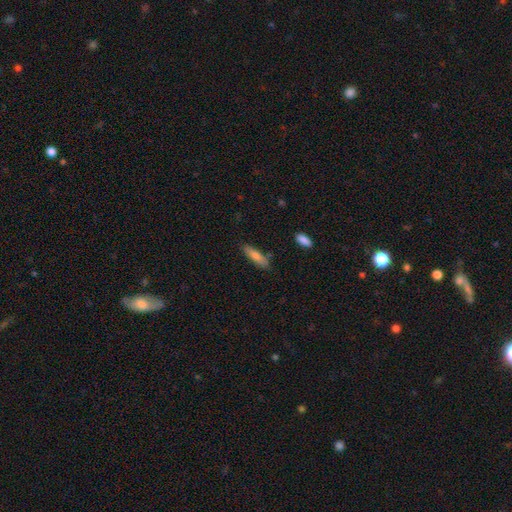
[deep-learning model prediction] Smooth or featured? Predicted: smooth (p=0.72). How rounded? Predicted: cigar-shaped (p=0.71). Merging? Predicted: none (p=0.81).